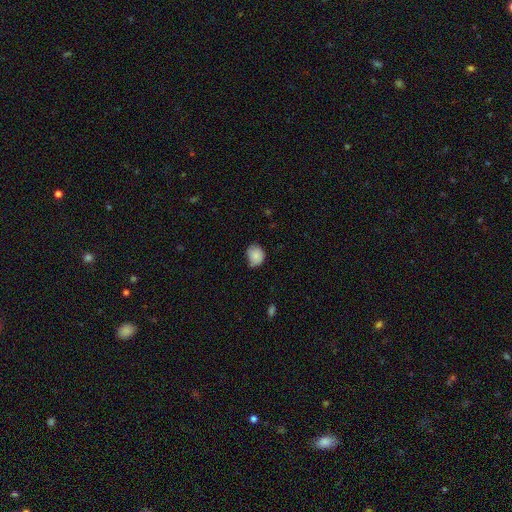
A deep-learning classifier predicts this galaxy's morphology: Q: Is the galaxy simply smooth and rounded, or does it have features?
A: smooth — 83%.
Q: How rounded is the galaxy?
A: round — 66%.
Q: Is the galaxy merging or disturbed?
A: none — 54%.